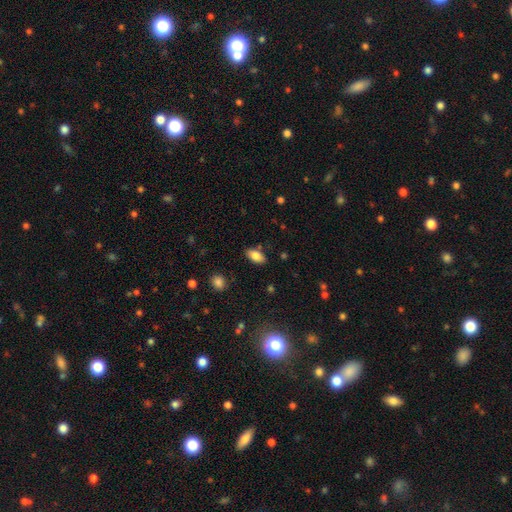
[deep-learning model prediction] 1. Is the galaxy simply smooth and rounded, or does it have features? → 82% smooth, 10% featured or disk, 8% star or artifact.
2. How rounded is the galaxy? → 92% in between, 4% cigar-shaped, 4% round.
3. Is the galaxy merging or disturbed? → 83% none, 12% minor disturbance, 3% major disturbance, 3% merger.